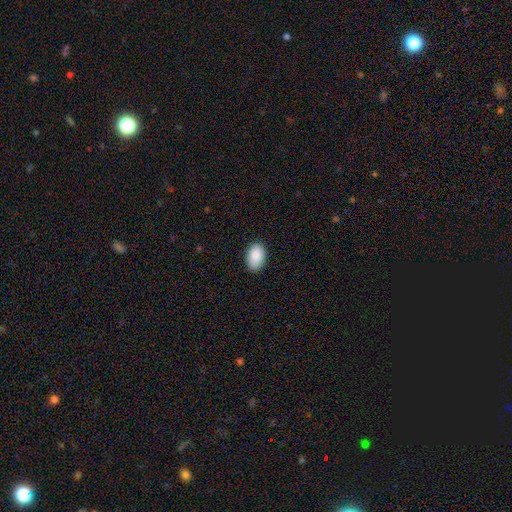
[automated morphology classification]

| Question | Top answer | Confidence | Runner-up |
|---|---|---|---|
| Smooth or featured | smooth | 89% | star or artifact (7%) |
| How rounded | in between | 92% | round (7%) |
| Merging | none | 86% | minor disturbance (11%) |